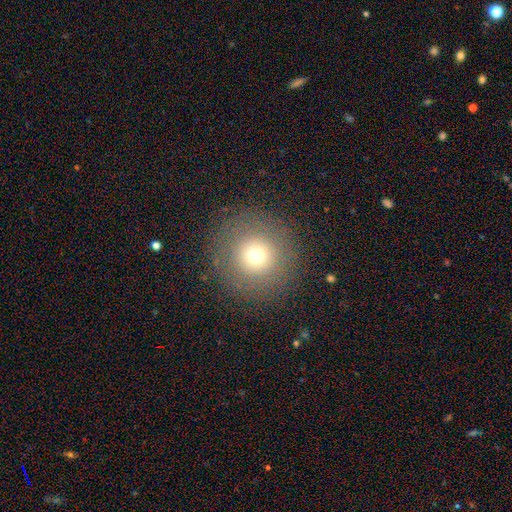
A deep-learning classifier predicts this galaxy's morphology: smooth 68%, star or artifact 17%, featured or disk 15%. Down the decision tree: how rounded — round (96%); merging — none (88%).